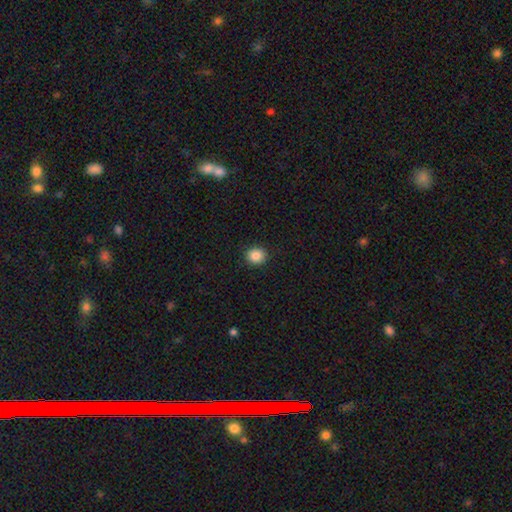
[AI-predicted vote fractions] Smooth or featured? Predicted: smooth (p=0.86). How rounded? Predicted: round (p=0.83). Merging? Predicted: none (p=0.91).